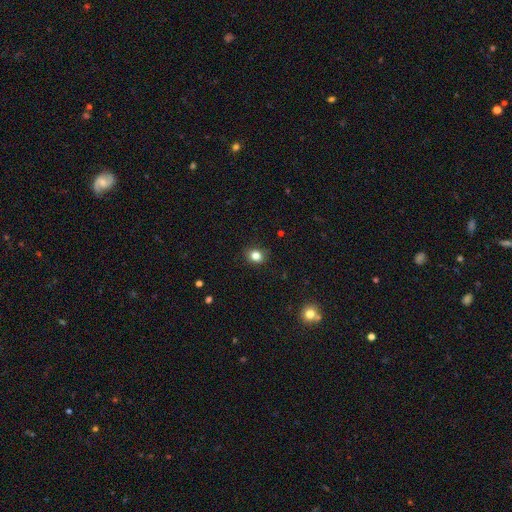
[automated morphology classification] Smooth or featured: smooth — 83% (star or artifact — 12%)
How rounded: round — 64% (in between — 35%)
Merging: none — 88% (minor disturbance — 9%)